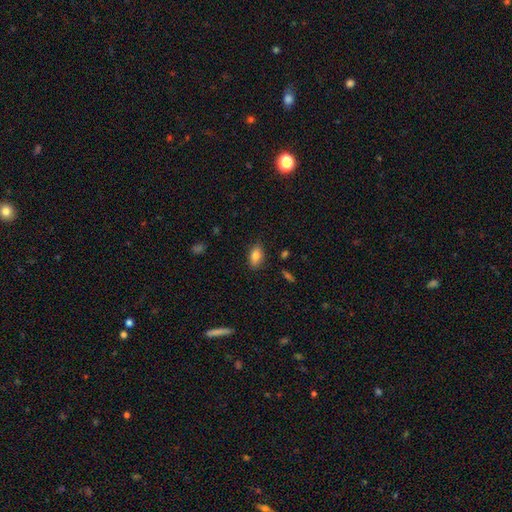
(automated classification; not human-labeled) Smooth or featured?
  - smooth: 81% *
  - featured or disk: 11%
  - star or artifact: 8%
How rounded?
  - in between: 89% *
  - round: 6%
  - cigar-shaped: 5%
Merging?
  - none: 82% *
  - minor disturbance: 14%
  - major disturbance: 3%
  - merger: 1%